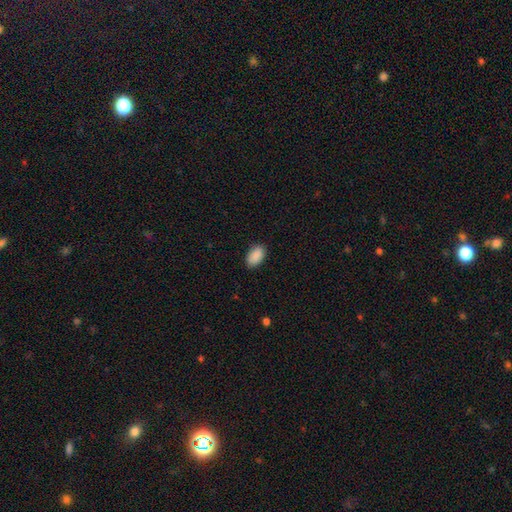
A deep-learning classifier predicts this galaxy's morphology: This is clearly a smooth galaxy (91%). How rounded: clearly in between (93%). Merging: clearly none (87%).